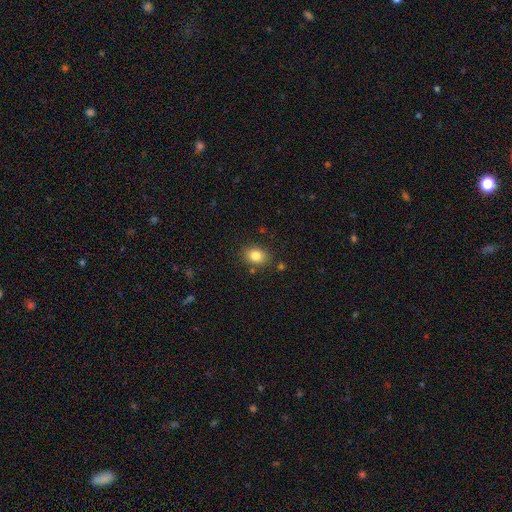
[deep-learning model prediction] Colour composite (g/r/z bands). It shows a smooth galaxy with no disk features (83%) that is in between round and cigar-shaped (65%). Merging: none (83%).